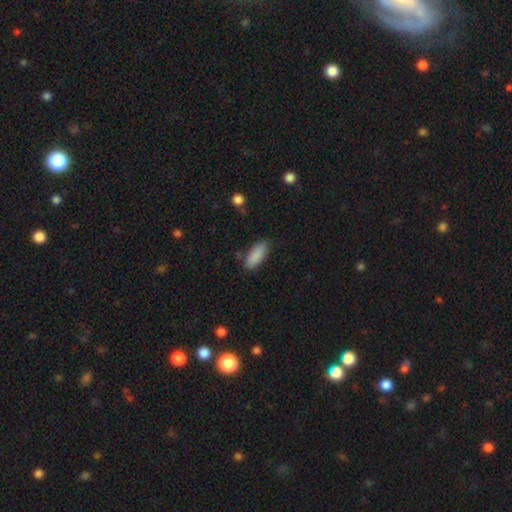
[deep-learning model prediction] A smooth galaxy with no disk features (89%) that is in between round and cigar-shaped (75%). Merging: none (79%).